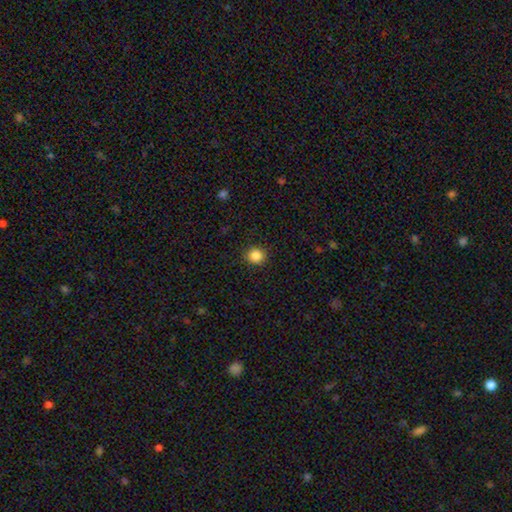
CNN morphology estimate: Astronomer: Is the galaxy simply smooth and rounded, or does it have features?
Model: smooth — 86%.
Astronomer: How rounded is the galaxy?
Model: round — 88%.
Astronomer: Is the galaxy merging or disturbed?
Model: none — 91%.